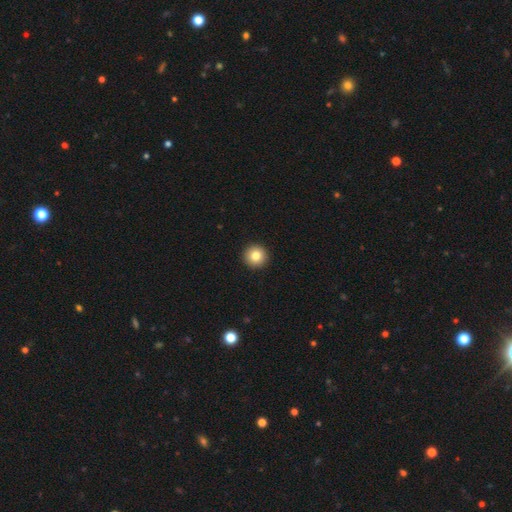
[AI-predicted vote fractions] Smooth or featured? Predicted: smooth (p=0.82). How rounded? Predicted: round (p=0.96). Merging? Predicted: none (p=0.94).